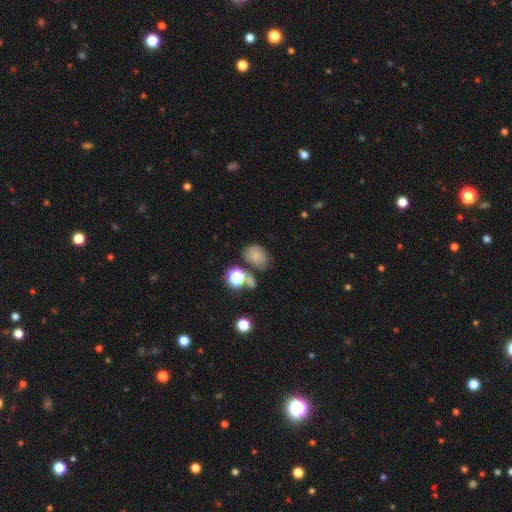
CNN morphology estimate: A smooth galaxy with no disk features (71%) that is in between round and cigar-shaped (59%). Merging: none (54%).